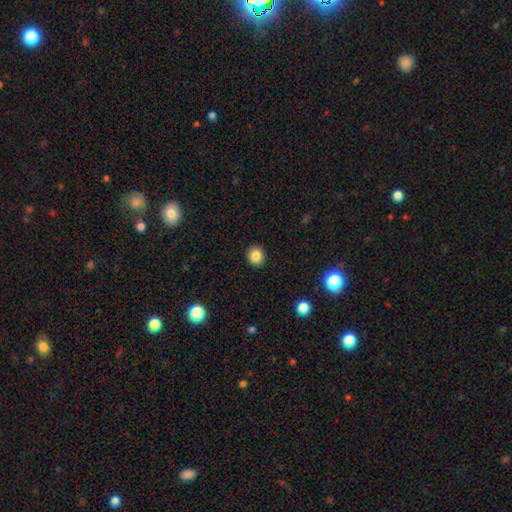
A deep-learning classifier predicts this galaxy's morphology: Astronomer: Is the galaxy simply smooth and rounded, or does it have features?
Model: smooth — 84%.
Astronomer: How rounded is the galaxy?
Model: round — 80%.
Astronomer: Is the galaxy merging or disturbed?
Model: none — 92%.